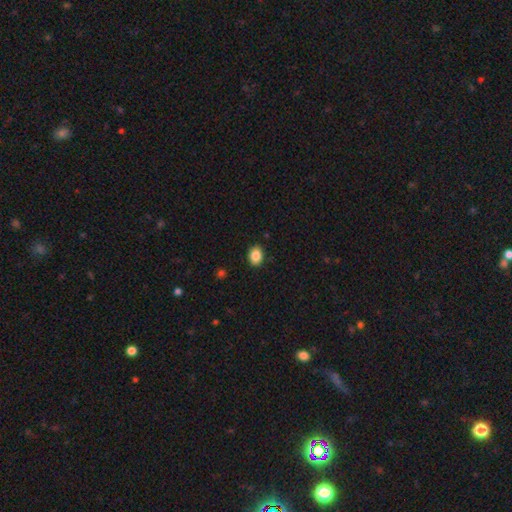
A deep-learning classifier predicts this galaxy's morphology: type=smooth (87%); roundness=in between (68%); merging=none (89%).